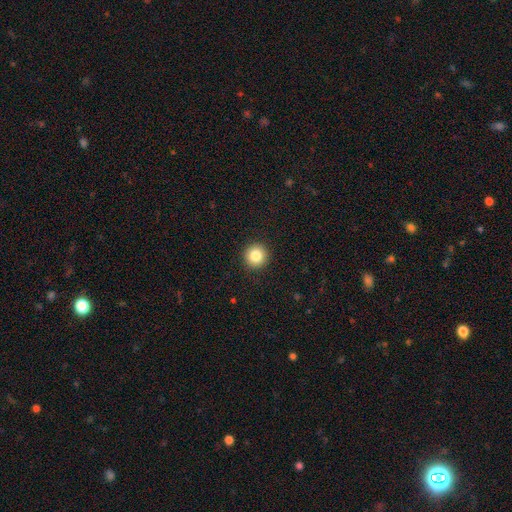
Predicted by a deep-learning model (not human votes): smooth_or_featured: smooth (p=0.84) [alt: star or artifact p=0.10]
how_rounded: round (p=0.95) [alt: in between p=0.04]
merging: none (p=0.93) [alt: minor disturbance p=0.05]